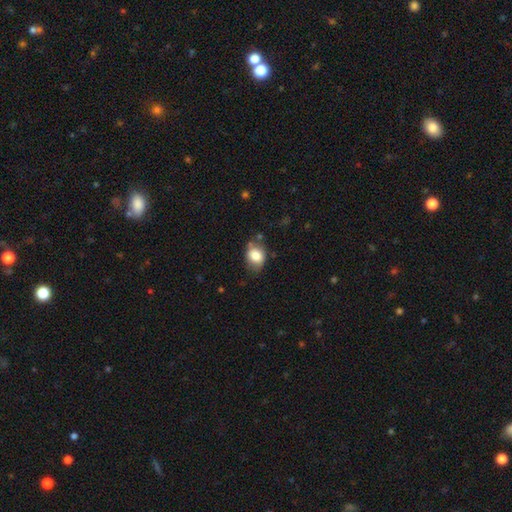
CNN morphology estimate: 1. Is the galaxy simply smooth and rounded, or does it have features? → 79% smooth, 12% featured or disk, 9% star or artifact.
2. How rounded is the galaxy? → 57% in between, 42% round, 1% cigar-shaped.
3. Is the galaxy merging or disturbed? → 63% none, 25% minor disturbance, 6% major disturbance, 6% merger.